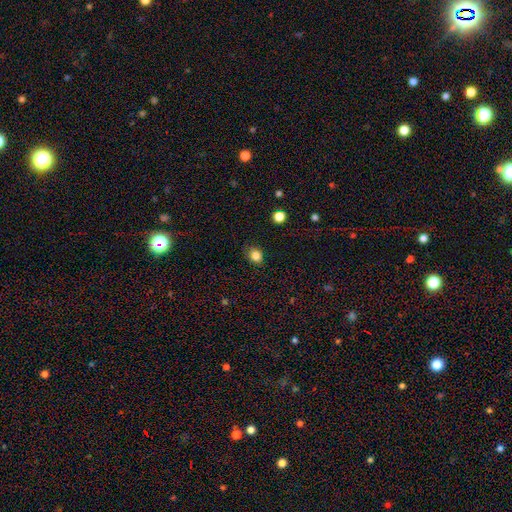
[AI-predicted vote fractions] smooth 83%, star or artifact 12%, featured or disk 5%. Down the decision tree: how rounded — round (62%); merging — none (77%).